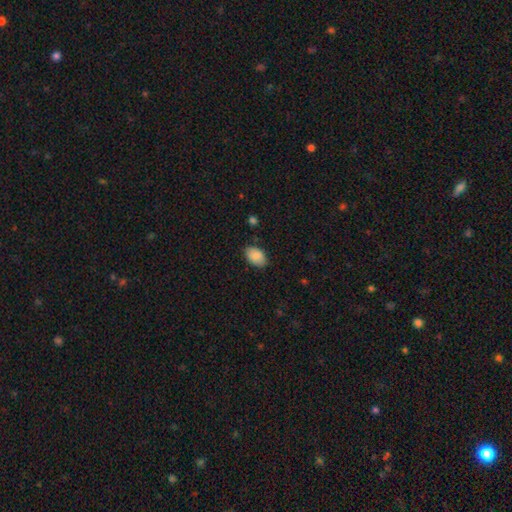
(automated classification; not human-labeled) A smooth galaxy with no disk features (89%) that is in between round and cigar-shaped (89%).

Vote fractions:
- Smooth or featured? smooth: 89% / star or artifact: 7% / featured or disk: 4%
- How rounded? in between: 89% / round: 10% / cigar-shaped: 1%
- Merging? none: 82% / minor disturbance: 14% / major disturbance: 3% / merger: 1%